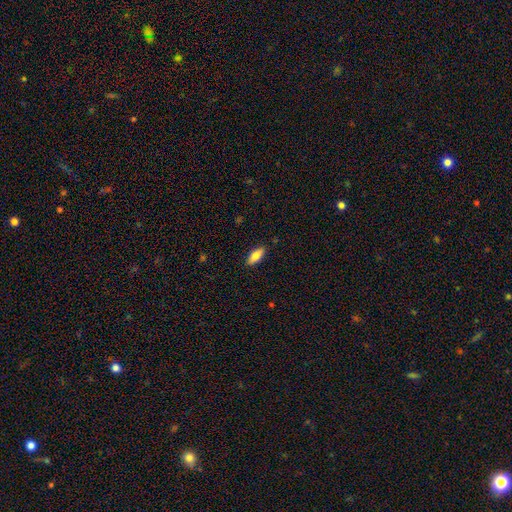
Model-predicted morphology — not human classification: The model was most divided on "how rounded": in between: 77%, cigar-shaped: 21%, round: 2%. More confident: merging — none (89%); smooth or featured — smooth (80%).